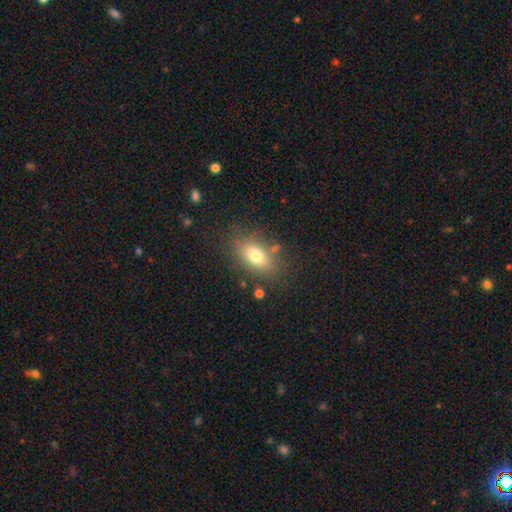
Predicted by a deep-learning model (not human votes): A smooth galaxy with no disk features (74%) that is in between round and cigar-shaped (83%). Merging: none (76%).